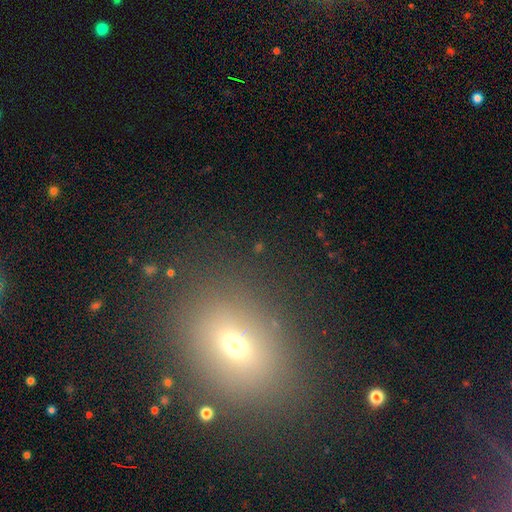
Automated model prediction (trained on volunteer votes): Smooth or featured: smooth — 49% (star or artifact — 37%)
Merging: none — 84% (minor disturbance — 9%)